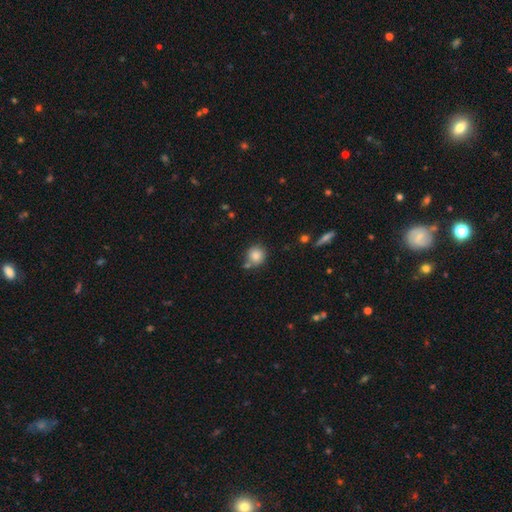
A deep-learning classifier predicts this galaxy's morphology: A smooth galaxy with no disk features (84%) that is round (88%).

Vote fractions:
- Smooth or featured? smooth: 84% / star or artifact: 10% / featured or disk: 6%
- How rounded? round: 88% / in between: 11% / cigar-shaped: 1%
- Merging? none: 70% / merger: 14% / minor disturbance: 13% / major disturbance: 3%